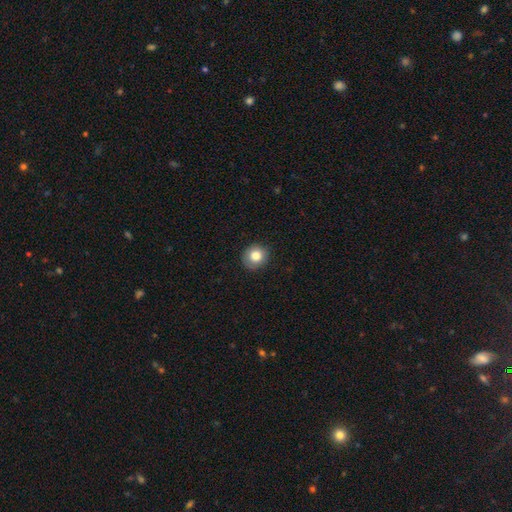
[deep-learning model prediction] smooth_or_featured: smooth (p=0.82) [alt: star or artifact p=0.09]
how_rounded: round (p=0.88) [alt: in between p=0.11]
merging: none (p=0.86) [alt: minor disturbance p=0.10]